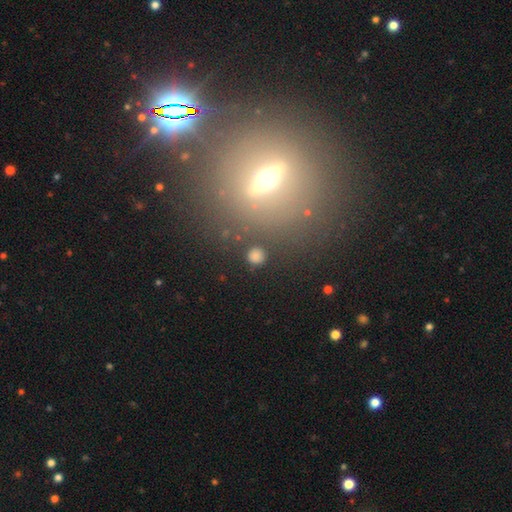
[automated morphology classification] The model was most divided on "smooth or featured": smooth: 79%, star or artifact: 15%, featured or disk: 6%. More confident: how rounded — round (93%); merging — none (88%).